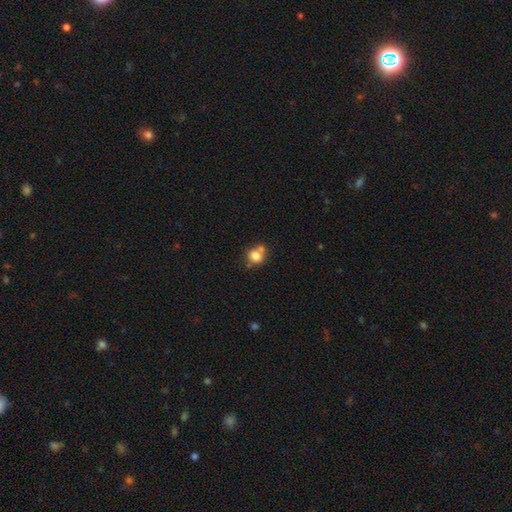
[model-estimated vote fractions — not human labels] Smooth or featured?
  - smooth: 77% *
  - featured or disk: 12%
  - star or artifact: 11%
How rounded?
  - round: 71% *
  - in between: 28%
  - cigar-shaped: 1%
Merging?
  - none: 47% *
  - merger: 33%
  - minor disturbance: 14%
  - major disturbance: 6%